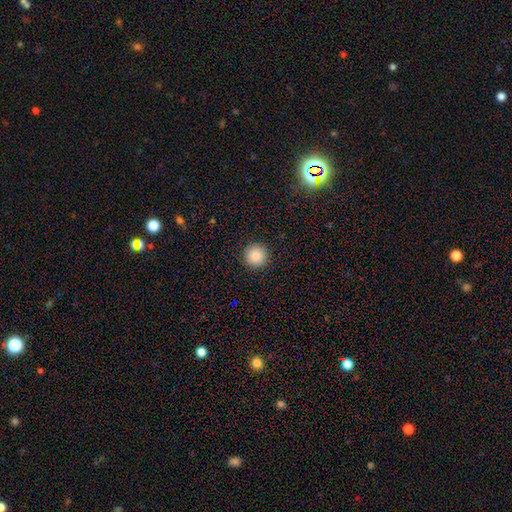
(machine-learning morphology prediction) Smooth or featured: smooth — 85% (star or artifact — 10%)
How rounded: round — 96% (in between — 3%)
Merging: none — 92% (minor disturbance — 5%)